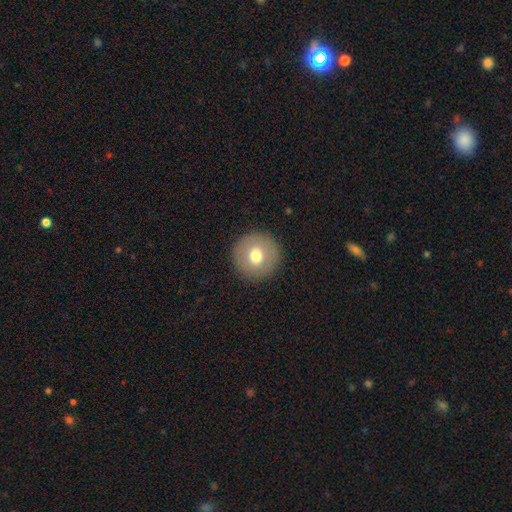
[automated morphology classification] This appears to be a smooth galaxy with no disk features (71%) that is round (96%). Merging: none (91%).